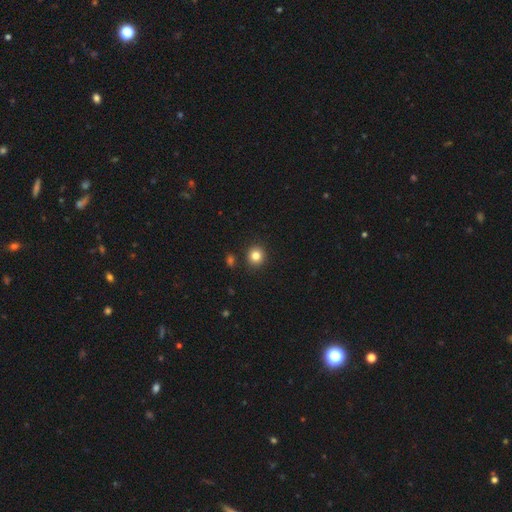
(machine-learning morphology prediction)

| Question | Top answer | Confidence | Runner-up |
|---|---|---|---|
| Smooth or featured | smooth | 83% | star or artifact (12%) |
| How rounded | round | 89% | in between (11%) |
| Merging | none | 90% | minor disturbance (6%) |